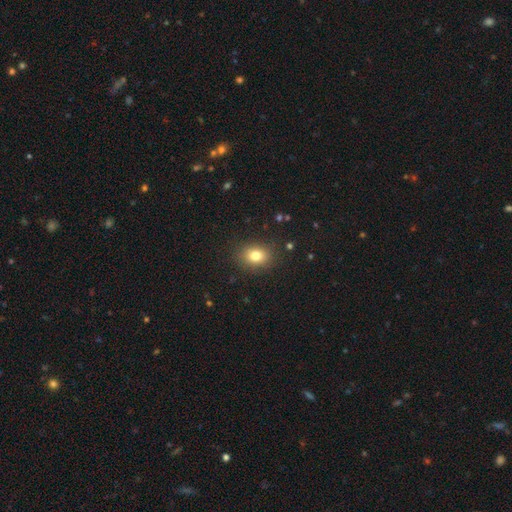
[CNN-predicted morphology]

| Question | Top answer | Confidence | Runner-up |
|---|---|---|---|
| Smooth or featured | smooth | 80% | star or artifact (12%) |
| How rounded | in between | 60% | round (39%) |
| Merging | none | 86% | minor disturbance (9%) |